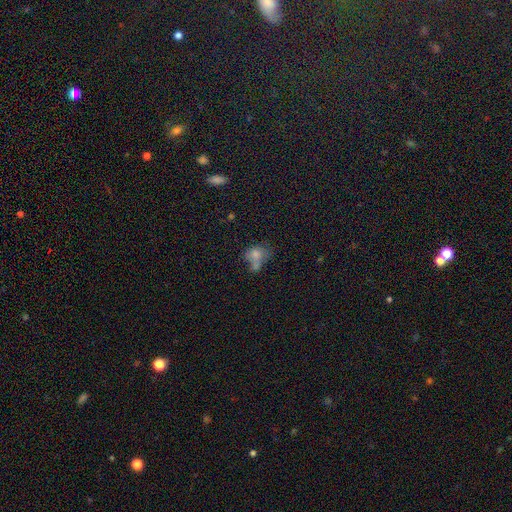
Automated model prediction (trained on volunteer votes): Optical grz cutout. It shows a smooth galaxy with no disk features (71%) that is in between round and cigar-shaped (55%). Merging: merger (40%).